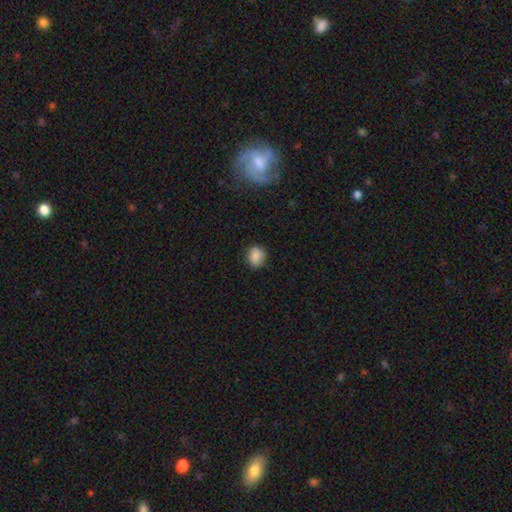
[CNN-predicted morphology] Smooth or featured: smooth — 86% (star or artifact — 9%)
How rounded: round — 63% (in between — 35%)
Merging: none — 81% (minor disturbance — 15%)